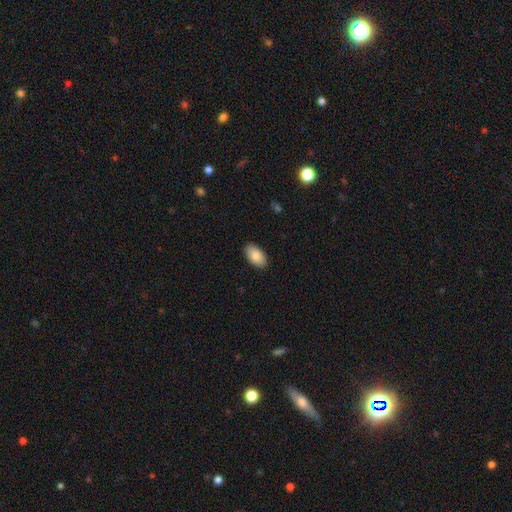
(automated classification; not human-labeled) Overall: smooth (85%). How rounded: in between (95%). Merging: none (89%).